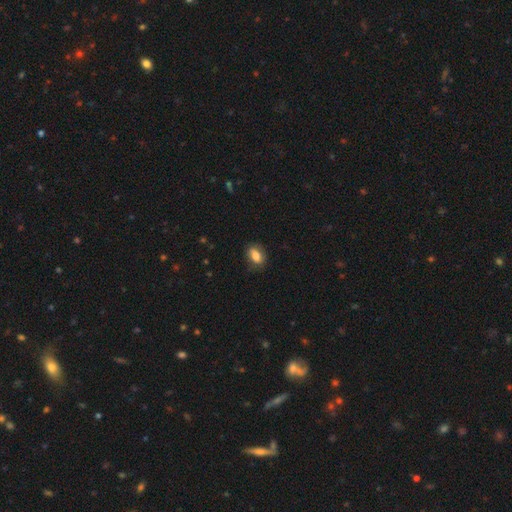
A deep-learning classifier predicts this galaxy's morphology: Smooth or featured?
  - smooth: 79% *
  - featured or disk: 13%
  - star or artifact: 8%
How rounded?
  - in between: 84% *
  - round: 13%
  - cigar-shaped: 3%
Merging?
  - none: 80% *
  - minor disturbance: 15%
  - major disturbance: 4%
  - merger: 1%